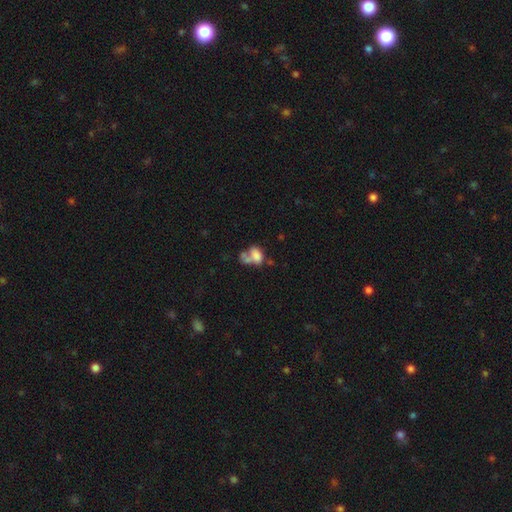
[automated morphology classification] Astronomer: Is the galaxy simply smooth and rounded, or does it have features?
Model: smooth — 67%.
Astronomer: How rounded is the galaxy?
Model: in between — 82%.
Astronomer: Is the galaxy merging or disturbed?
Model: merger — 52%.